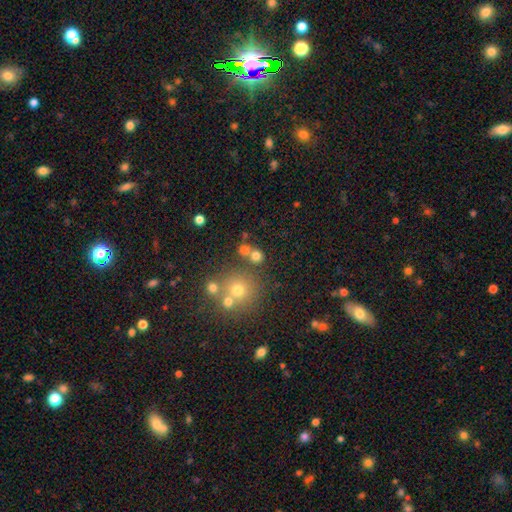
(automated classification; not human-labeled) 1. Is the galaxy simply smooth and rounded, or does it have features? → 70% smooth, 18% star or artifact, 12% featured or disk.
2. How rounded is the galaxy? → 84% round, 15% in between, 1% cigar-shaped.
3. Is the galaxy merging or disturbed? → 59% none, 28% merger, 8% minor disturbance, 4% major disturbance.